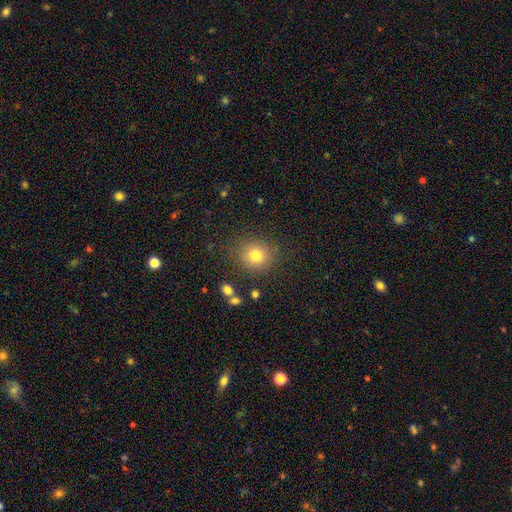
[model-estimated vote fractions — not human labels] A smooth galaxy with no disk features (79%) that is round (83%). Merging: none (85%).